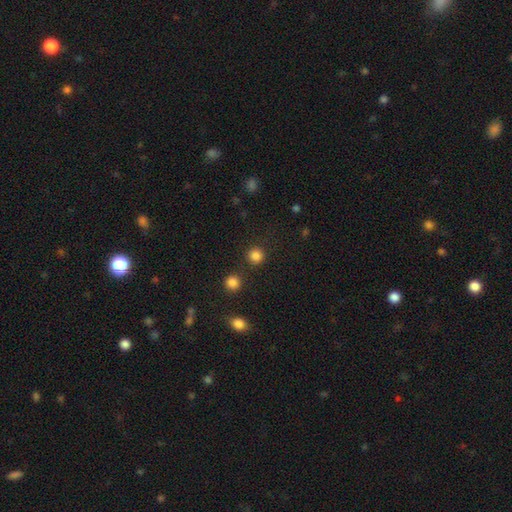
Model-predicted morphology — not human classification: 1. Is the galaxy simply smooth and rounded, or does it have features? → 84% smooth, 13% star or artifact, 3% featured or disk.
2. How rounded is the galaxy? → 93% round, 6% in between, 1% cigar-shaped.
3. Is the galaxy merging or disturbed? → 87% none, 6% minor disturbance, 4% merger, 3% major disturbance.